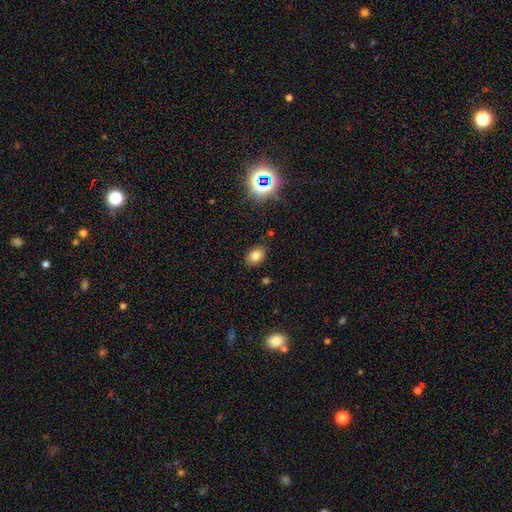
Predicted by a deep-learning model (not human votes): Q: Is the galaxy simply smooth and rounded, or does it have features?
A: smooth — 77%.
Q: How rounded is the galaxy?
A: in between — 76%.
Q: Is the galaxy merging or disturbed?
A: none — 85%.